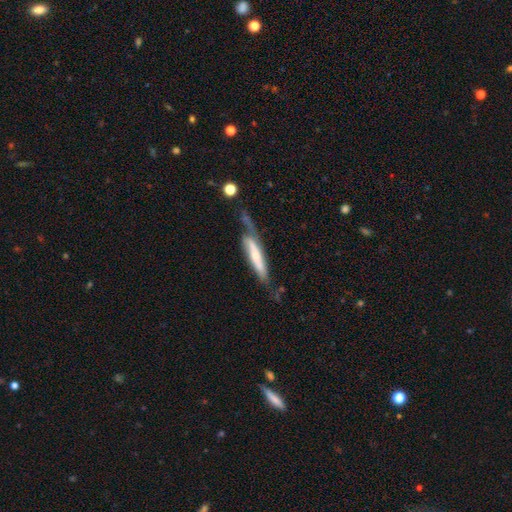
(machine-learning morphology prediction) A featured or disk galaxy (56%) viewed edge-on (60%). Merging: none (38%).